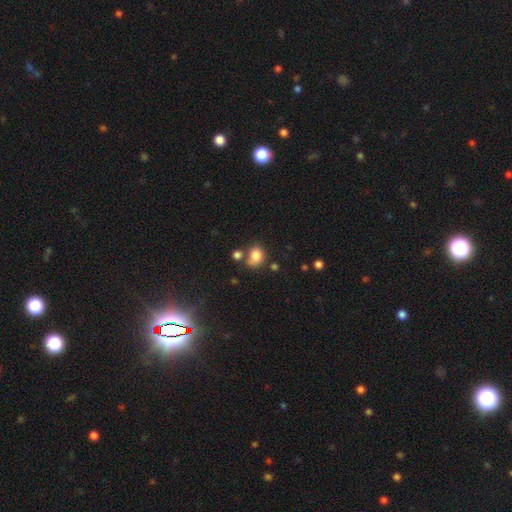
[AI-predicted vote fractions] Smooth or featured? Predicted: smooth (p=0.82). How rounded? Predicted: round (p=0.52). Merging? Predicted: none (p=0.50).